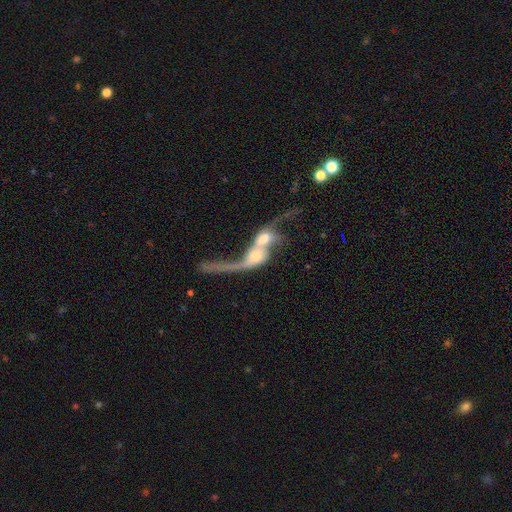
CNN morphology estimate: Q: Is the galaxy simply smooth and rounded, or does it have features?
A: featured or disk — 58%.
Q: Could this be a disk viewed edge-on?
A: no — 86%.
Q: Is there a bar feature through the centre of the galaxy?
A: no — 73%.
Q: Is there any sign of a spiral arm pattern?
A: yes — 59%.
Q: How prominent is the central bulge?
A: moderate — 44%.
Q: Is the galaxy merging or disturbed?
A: merger — 83%.